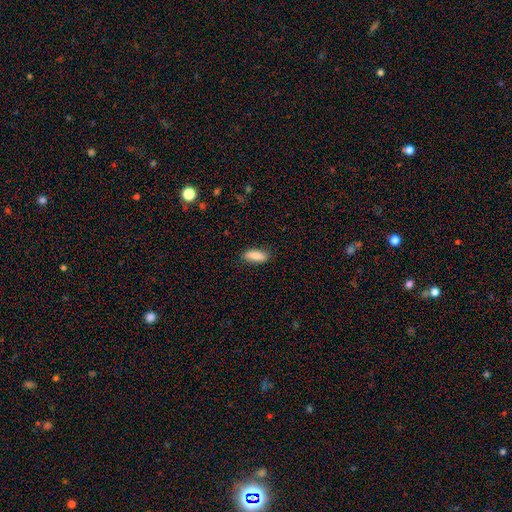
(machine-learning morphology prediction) Smooth or featured: smooth — 88% (star or artifact — 6%)
How rounded: in between — 71% (cigar-shaped — 27%)
Merging: none — 85% (minor disturbance — 11%)